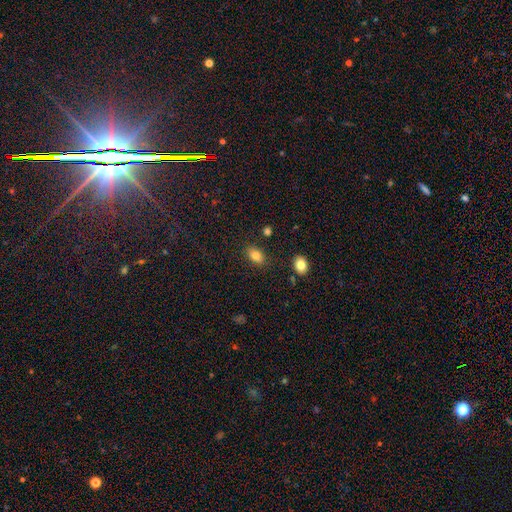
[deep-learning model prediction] A smooth galaxy with no disk features (82%) that is in between round and cigar-shaped (87%).

Vote fractions:
- Smooth or featured? smooth: 82% / star or artifact: 9% / featured or disk: 9%
- How rounded? in between: 87% / round: 10% / cigar-shaped: 3%
- Merging? none: 83% / minor disturbance: 11% / major disturbance: 3% / merger: 3%